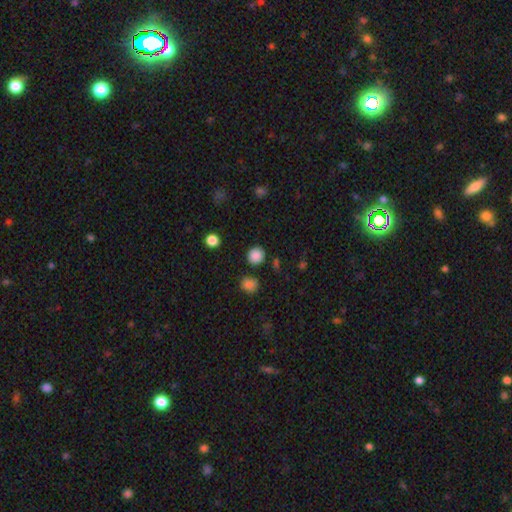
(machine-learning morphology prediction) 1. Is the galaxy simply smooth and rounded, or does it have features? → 85% smooth, 11% star or artifact, 3% featured or disk.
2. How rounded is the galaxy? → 92% round, 7% in between, 1% cigar-shaped.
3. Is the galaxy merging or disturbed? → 88% none, 7% minor disturbance, 3% merger, 2% major disturbance.